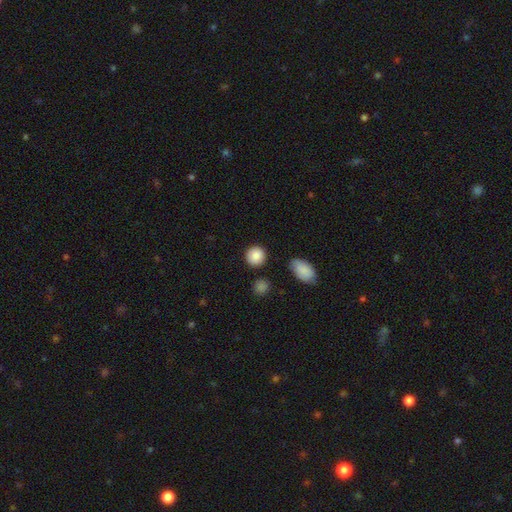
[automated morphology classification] A smooth galaxy with no disk features (87%) that is round (89%).

Vote fractions:
- Smooth or featured? smooth: 87% / star or artifact: 8% / featured or disk: 5%
- How rounded? round: 89% / in between: 10% / cigar-shaped: 1%
- Merging? none: 86% / minor disturbance: 8% / merger: 3% / major disturbance: 3%